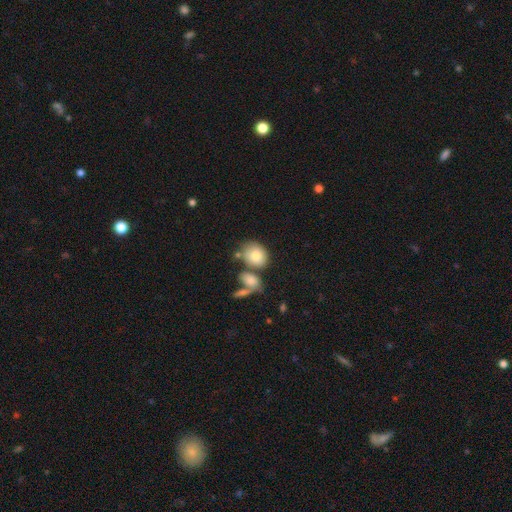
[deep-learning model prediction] smooth_or_featured: smooth (p=0.78) [alt: featured or disk p=0.14]
how_rounded: round (p=0.53) [alt: in between p=0.46]
merging: none (p=0.52) [alt: merger p=0.26]